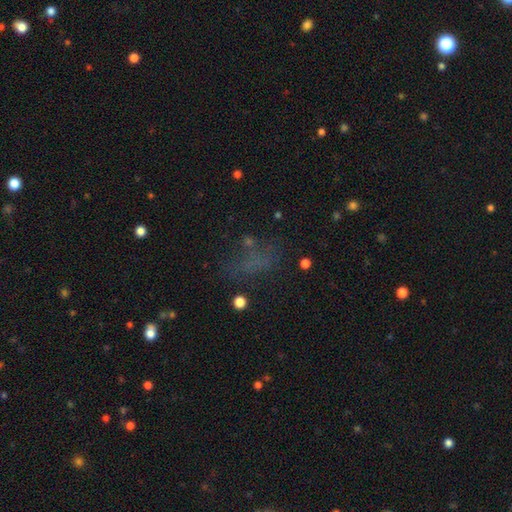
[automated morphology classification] Smooth or featured: smooth — 46% (star or artifact — 35%)
Merging: none — 54% (major disturbance — 22%)